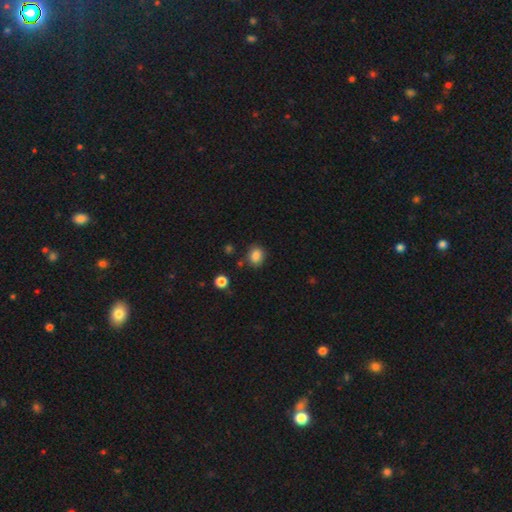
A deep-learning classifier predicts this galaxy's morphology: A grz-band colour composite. It shows a smooth galaxy with no disk features (85%) that is round (57%). Merging: none (82%).